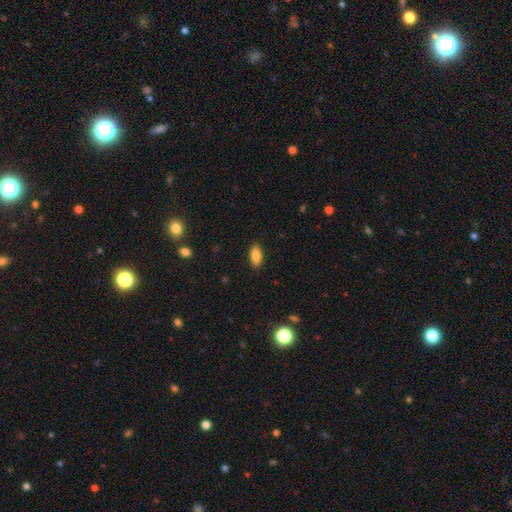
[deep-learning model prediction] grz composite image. It shows a smooth galaxy with no disk features (84%) that is in between round and cigar-shaped (86%). Merging: none (89%).